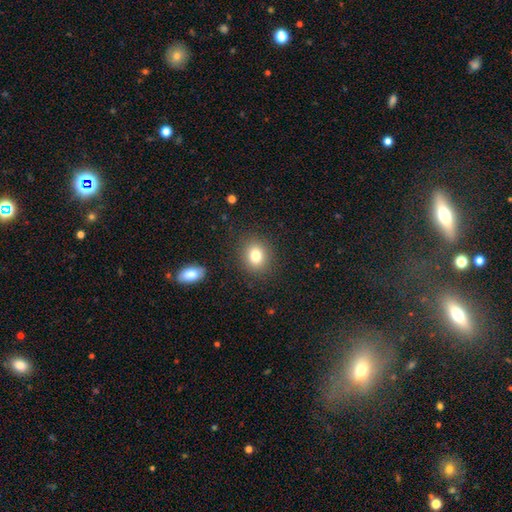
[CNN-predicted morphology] type=smooth (80%); roundness=round (65%); merging=none (87%).